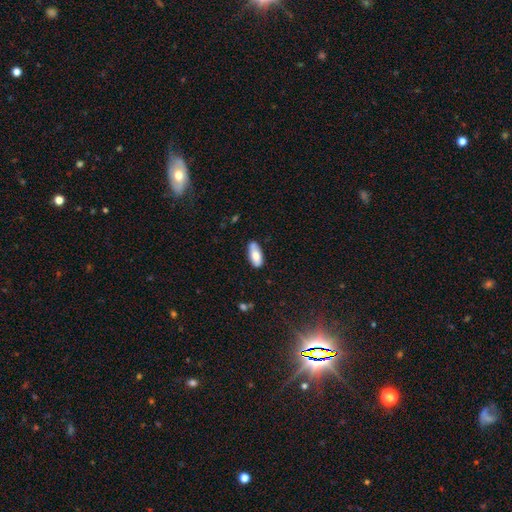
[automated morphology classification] This is likely a smooth galaxy (75%). How rounded: clearly in between (86%). Merging: likely none (73%).